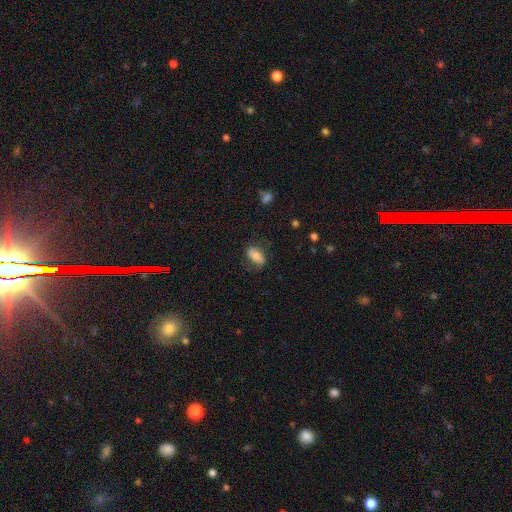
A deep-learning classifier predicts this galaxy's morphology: type=smooth (74%); roundness=in between (90%); merging=none (72%).